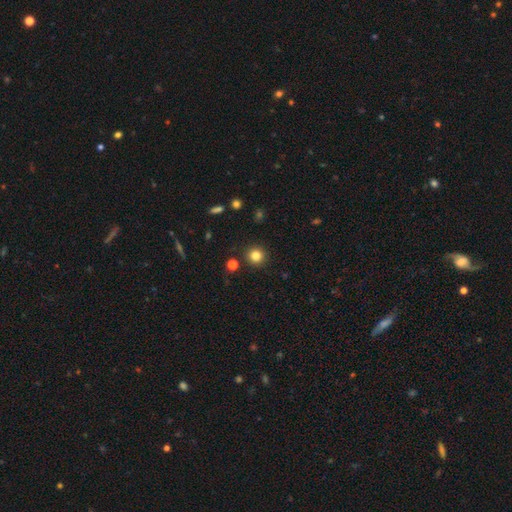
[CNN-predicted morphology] type=smooth (82%); roundness=round (94%); merging=none (90%).